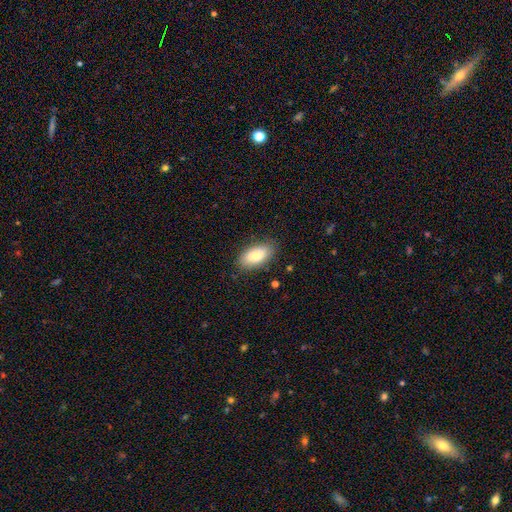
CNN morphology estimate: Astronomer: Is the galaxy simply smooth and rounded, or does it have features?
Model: smooth — 82%.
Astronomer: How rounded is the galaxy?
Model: in between — 92%.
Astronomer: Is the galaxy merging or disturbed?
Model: none — 83%.